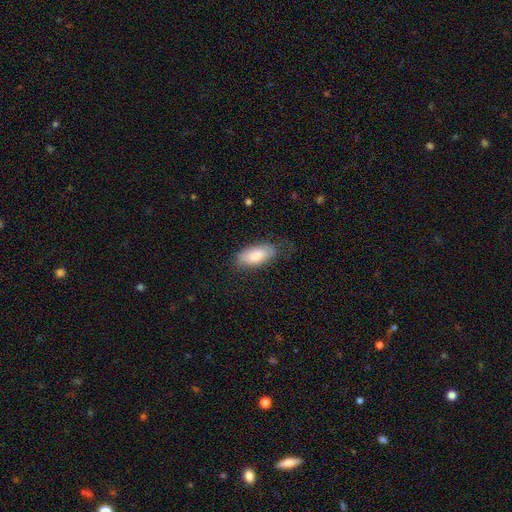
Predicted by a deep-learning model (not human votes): Q: Smooth or featured?
A: smooth (80%); runner-up: featured or disk (14%)
Q: How rounded?
A: in between (86%); runner-up: cigar-shaped (12%)
Q: Merging?
A: none (65%); runner-up: minor disturbance (24%)